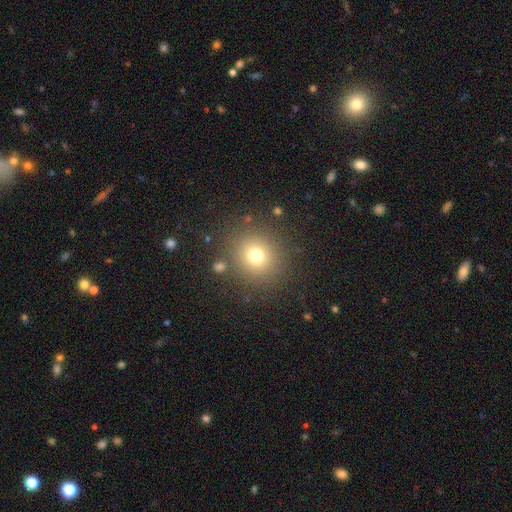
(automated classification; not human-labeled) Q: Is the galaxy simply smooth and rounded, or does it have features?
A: smooth — 73%.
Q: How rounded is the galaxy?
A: round — 91%.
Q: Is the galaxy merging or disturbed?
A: none — 85%.